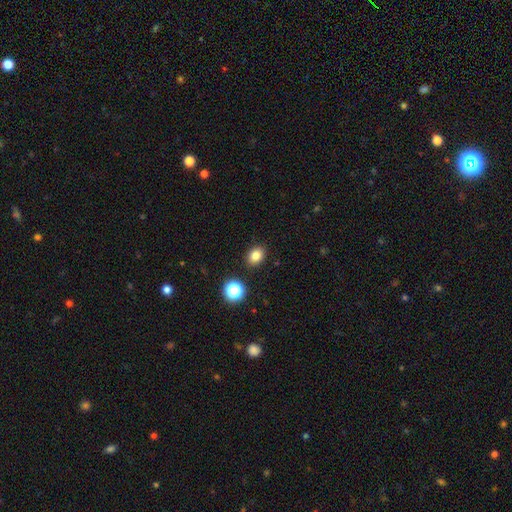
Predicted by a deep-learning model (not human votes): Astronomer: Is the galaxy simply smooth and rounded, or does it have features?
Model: smooth — 81%.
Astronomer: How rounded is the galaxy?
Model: in between — 62% (runner-up: round, 37%).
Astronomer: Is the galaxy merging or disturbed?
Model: none — 88%.